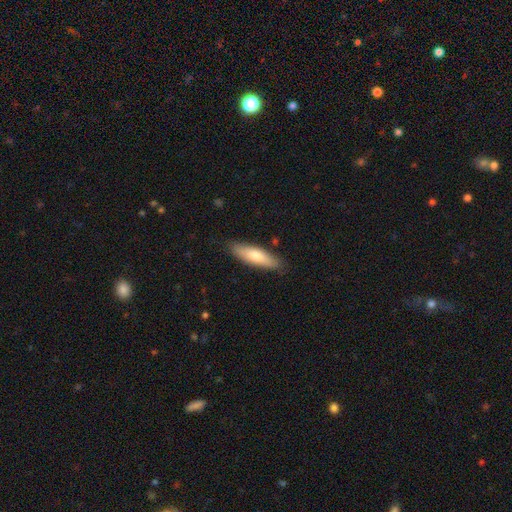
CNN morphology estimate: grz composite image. It shows a smooth galaxy with no disk features (74%) that is cigar-shaped (60%). Merging: none (84%).